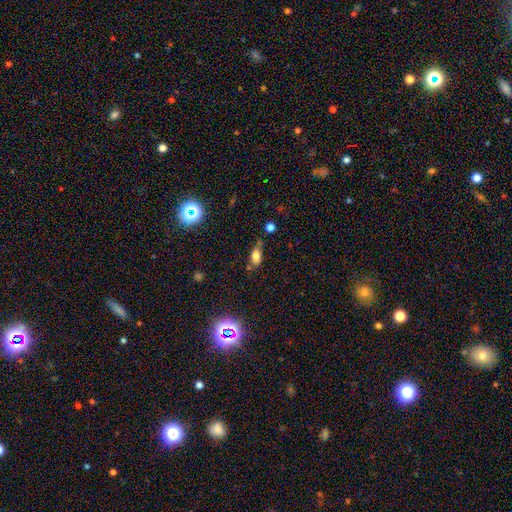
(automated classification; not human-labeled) Smooth or featured? Predicted: smooth (p=0.73). How rounded? Predicted: in between (p=0.83). Merging? Predicted: none (p=0.59).